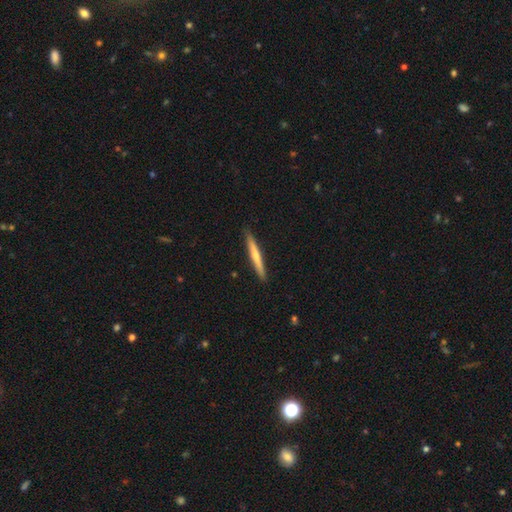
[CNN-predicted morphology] A smooth galaxy with no disk features (60%) that is cigar-shaped (96%).

Vote fractions:
- Smooth or featured? smooth: 60% / featured or disk: 35% / star or artifact: 5%
- How rounded? cigar-shaped: 96% / in between: 3% / round: 1%
- Merging? none: 91% / minor disturbance: 7% / major disturbance: 1% / merger: 1%